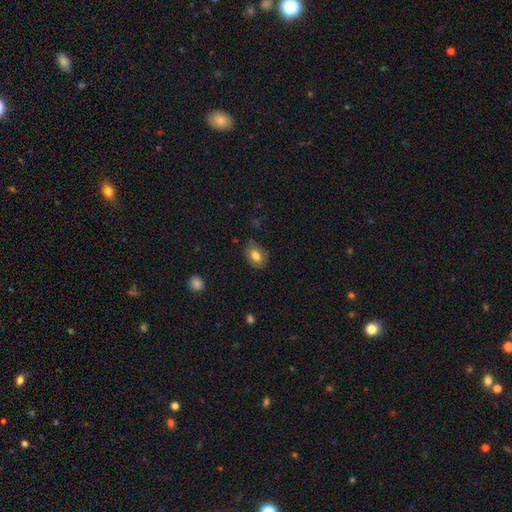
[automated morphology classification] A smooth galaxy with no disk features (76%) that is in between round and cigar-shaped (75%). Merging: none (76%).